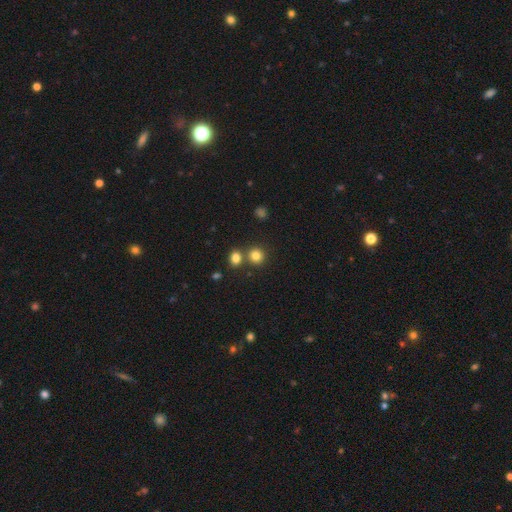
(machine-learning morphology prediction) Smooth or featured? Predicted: smooth (p=0.82). How rounded? Predicted: round (p=0.87). Merging? Predicted: none (p=0.69).